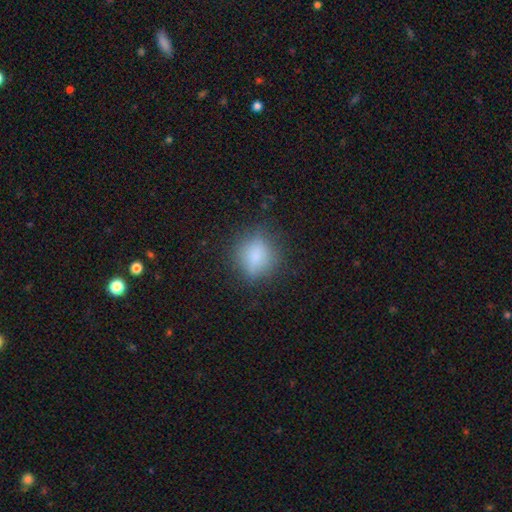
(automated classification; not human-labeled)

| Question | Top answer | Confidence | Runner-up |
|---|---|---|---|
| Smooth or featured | smooth | 79% | featured or disk (11%) |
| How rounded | round | 71% | in between (26%) |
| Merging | none | 76% | minor disturbance (17%) |